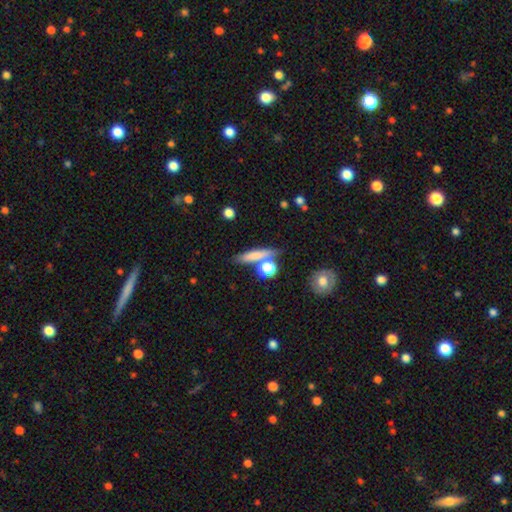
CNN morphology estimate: Smooth or featured?
  - smooth: 71% *
  - featured or disk: 20%
  - star or artifact: 10%
How rounded?
  - cigar-shaped: 71% *
  - in between: 17%
  - round: 12%
Merging?
  - none: 68% *
  - merger: 16%
  - minor disturbance: 12%
  - major disturbance: 4%